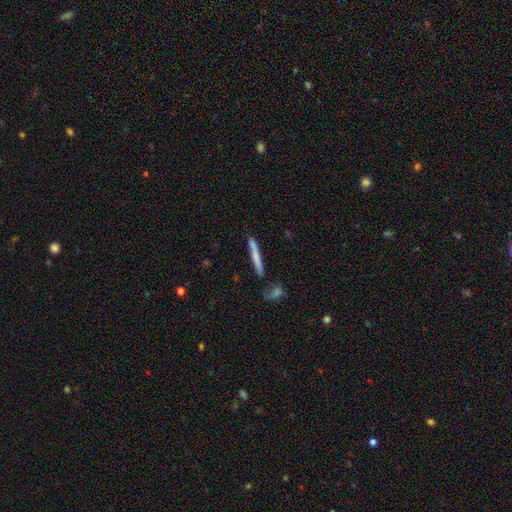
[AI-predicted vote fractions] A smooth galaxy with no disk features (63%) that is cigar-shaped (96%).

Vote fractions:
- Smooth or featured? smooth: 63% / featured or disk: 31% / star or artifact: 6%
- How rounded? cigar-shaped: 96% / in between: 3% / round: 1%
- Merging? none: 77% / minor disturbance: 12% / merger: 7% / major disturbance: 3%